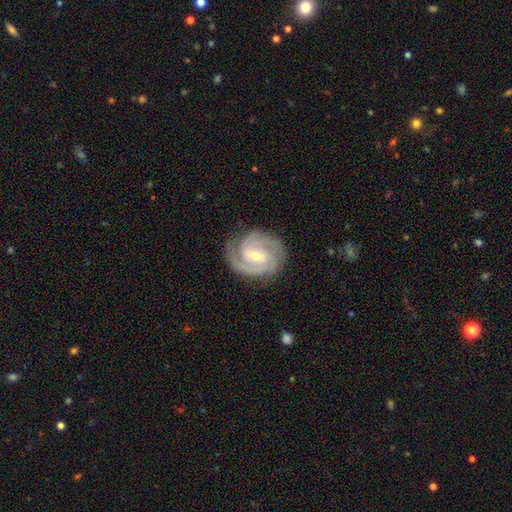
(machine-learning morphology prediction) Smooth or featured? featured or disk (90%)
Edge-on disk? no (98%)
Bar? weak (54%)
Spiral arms? yes (98%)
Spiral winding? tight (61%)
Spiral arm count? 2 (40%)
Bulge size? small (53%)
Merging? none (81%)